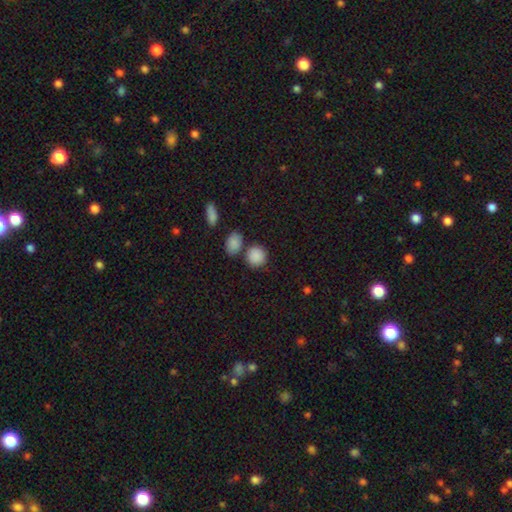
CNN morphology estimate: Smooth or featured? smooth (87%)
How rounded? round (83%)
Merging? none (70%)